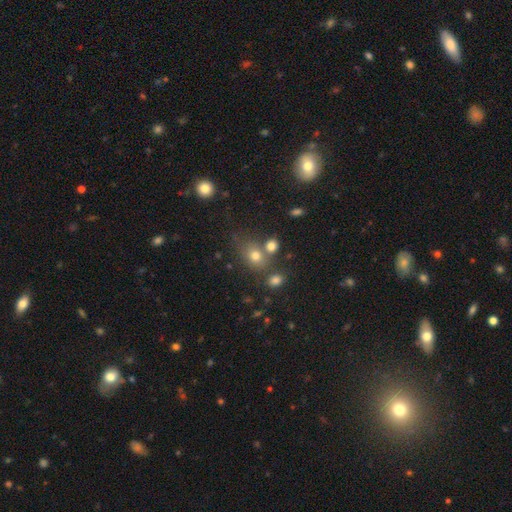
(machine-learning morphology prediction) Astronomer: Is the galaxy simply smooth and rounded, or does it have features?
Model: smooth — 70%.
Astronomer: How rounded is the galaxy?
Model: round — 50% (runner-up: in between, 49%).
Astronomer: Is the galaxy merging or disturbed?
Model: none — 58%.